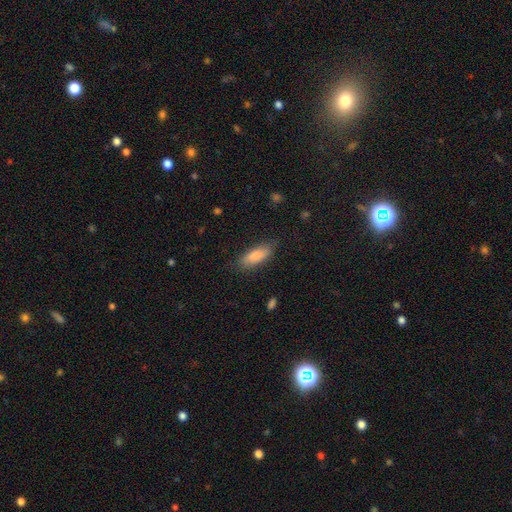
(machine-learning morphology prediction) This appears to be a smooth galaxy with no disk features (84%) that is in between round and cigar-shaped (72%). Merging: none (80%).